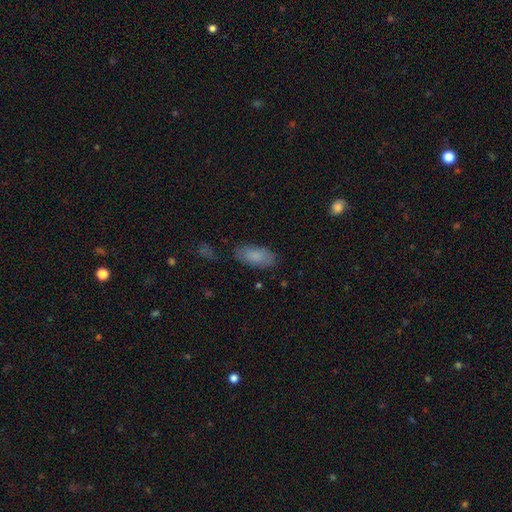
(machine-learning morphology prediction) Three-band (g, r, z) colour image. It shows a smooth galaxy with no disk features (83%) that is in between round and cigar-shaped (87%). Merging: none (75%).